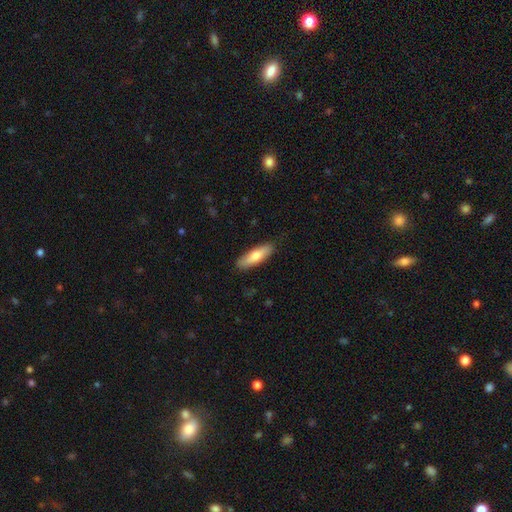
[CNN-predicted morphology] Overall: smooth (70%). How rounded: cigar-shaped (54%; in between 44%). Merging: none (86%).